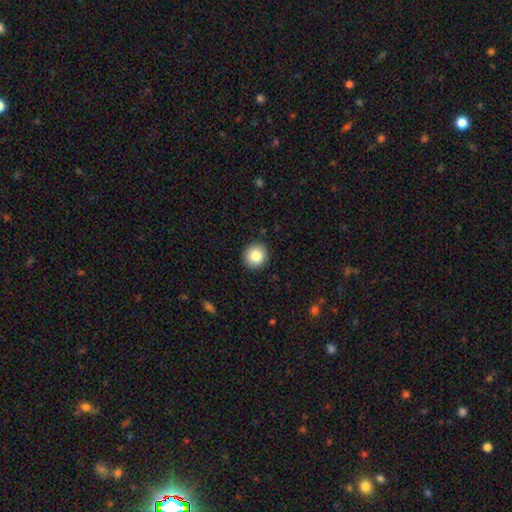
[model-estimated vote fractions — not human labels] Smooth or featured? smooth (83%)
How rounded? round (93%)
Merging? none (92%)